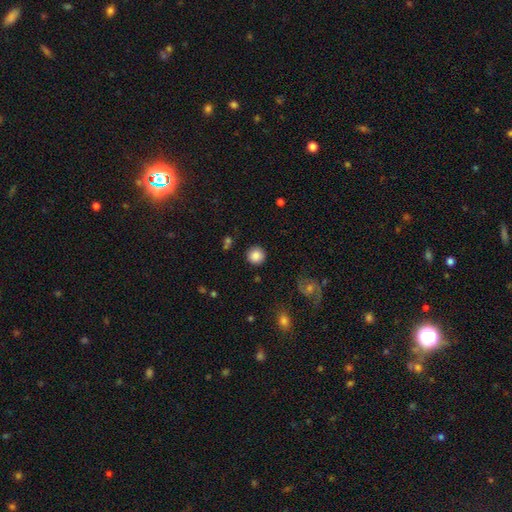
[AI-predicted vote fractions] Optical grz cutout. It shows a smooth galaxy with no disk features (86%) that is round (94%). Merging: none (88%).